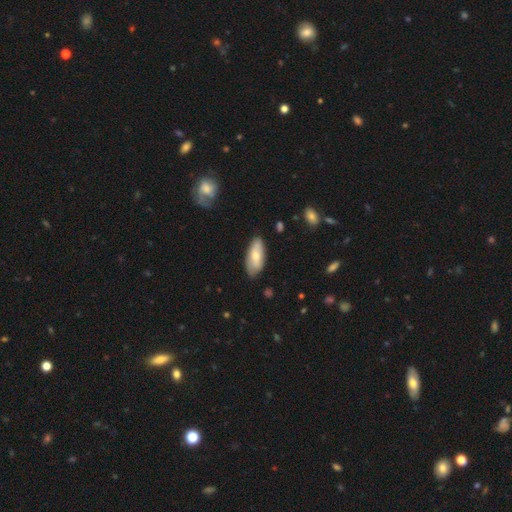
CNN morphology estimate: Overall: smooth (64%; featured or disk 30%). How rounded: in between (85%). Merging: none (77%).